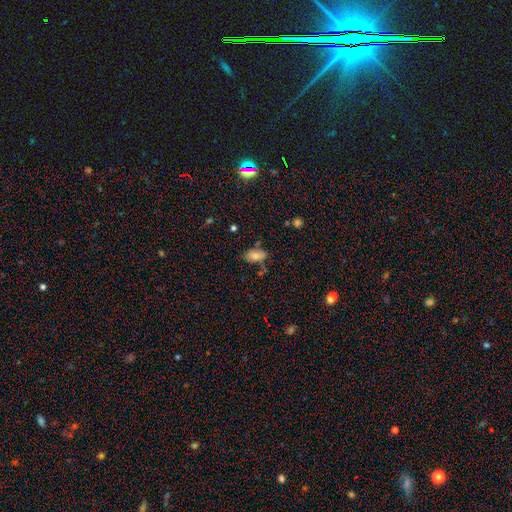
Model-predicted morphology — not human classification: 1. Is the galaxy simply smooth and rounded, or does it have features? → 76% smooth, 13% featured or disk, 11% star or artifact.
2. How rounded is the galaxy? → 91% in between, 5% round, 4% cigar-shaped.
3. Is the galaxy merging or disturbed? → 60% none, 24% minor disturbance, 10% merger, 7% major disturbance.